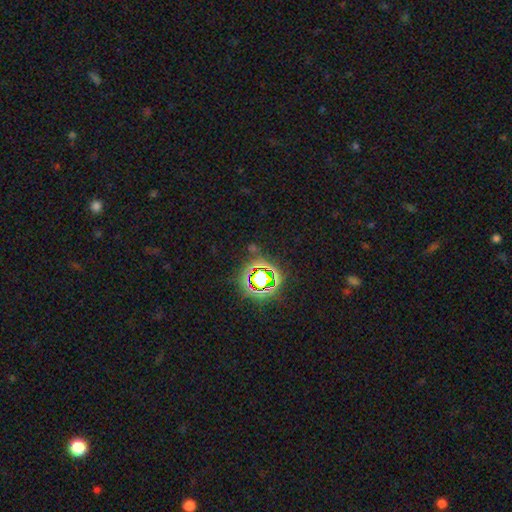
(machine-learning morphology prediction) Q: Smooth or featured?
A: star or artifact (77%); runner-up: smooth (15%)